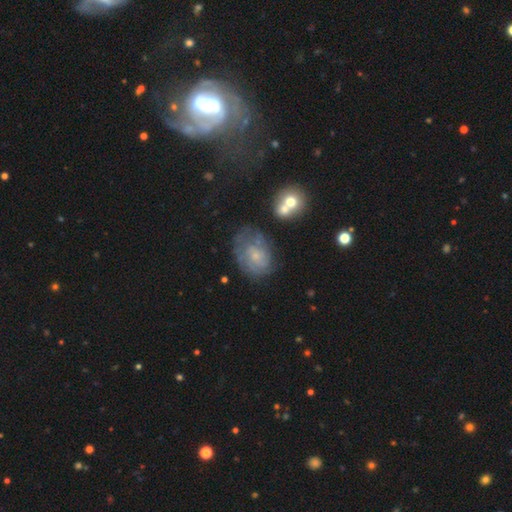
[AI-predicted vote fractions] Morphology: type=featured or disk (58%); edge-on=no (97%); bar=no (76%); spiral arms=yes (72%); bulge=small (70%); merging=none (51%).